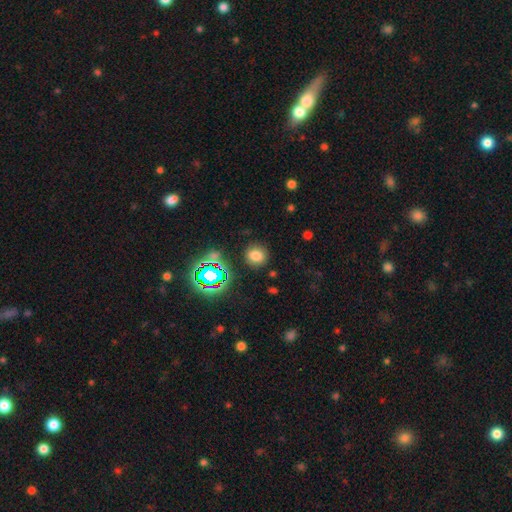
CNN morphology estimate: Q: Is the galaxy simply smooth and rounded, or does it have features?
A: smooth — 72%.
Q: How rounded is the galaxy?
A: round — 82%.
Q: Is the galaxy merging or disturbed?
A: none — 85%.